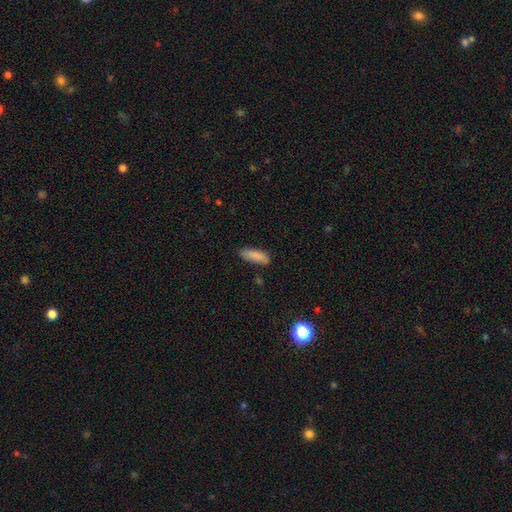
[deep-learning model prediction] The model was most divided on "how rounded": in between: 65%, cigar-shaped: 33%, round: 2%. More confident: smooth or featured — smooth (87%); merging — none (78%).